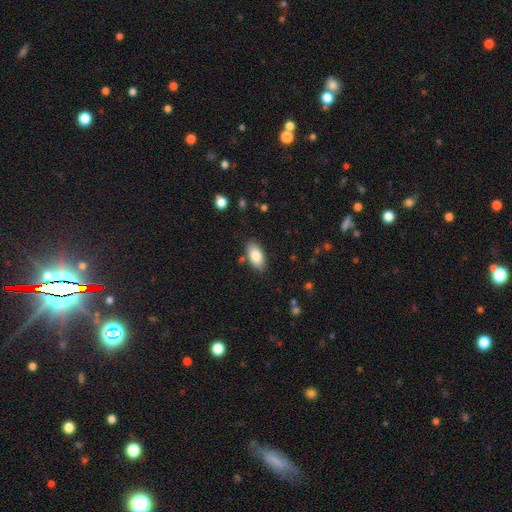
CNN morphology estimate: This is clearly a smooth galaxy (84%). How rounded: clearly in between (93%). Merging: clearly none (83%).